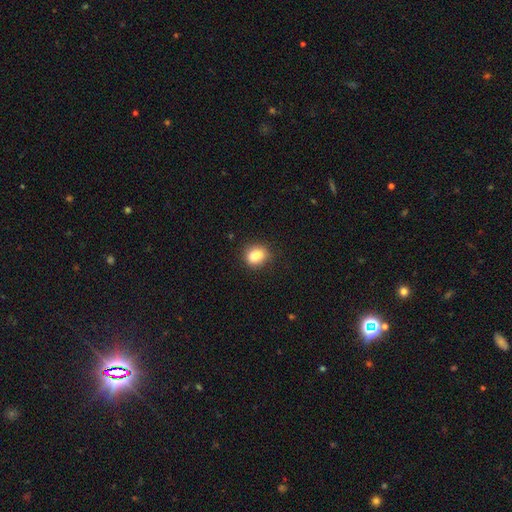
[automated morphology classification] Smooth or featured?
  - smooth: 81% *
  - star or artifact: 10%
  - featured or disk: 9%
How rounded?
  - round: 51% *
  - in between: 47%
  - cigar-shaped: 2%
Merging?
  - none: 66% *
  - minor disturbance: 17%
  - merger: 13%
  - major disturbance: 4%